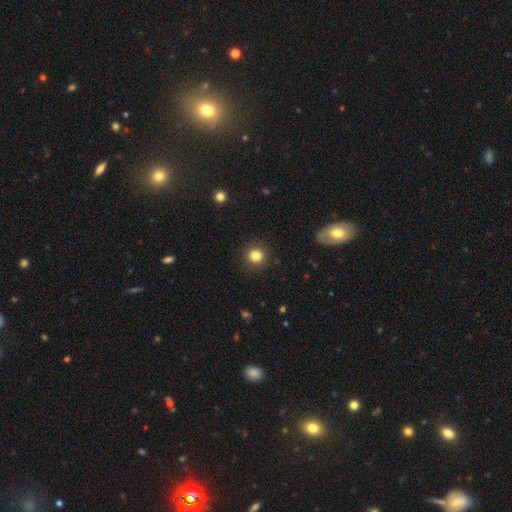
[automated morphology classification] smooth_or_featured: smooth (p=0.83) [alt: star or artifact p=0.11]
how_rounded: round (p=0.92) [alt: in between p=0.07]
merging: none (p=0.91) [alt: minor disturbance p=0.06]